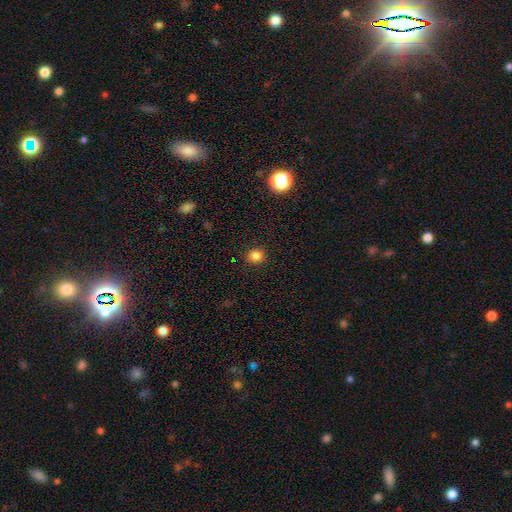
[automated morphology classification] Smooth or featured? Predicted: smooth (p=0.83). How rounded? Predicted: round (p=0.83). Merging? Predicted: none (p=0.90).